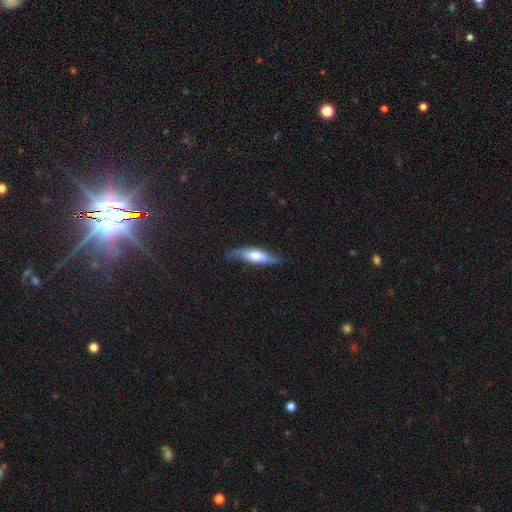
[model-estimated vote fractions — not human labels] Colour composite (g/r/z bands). It shows a smooth galaxy with no disk features (49%). Merging: none (68%).